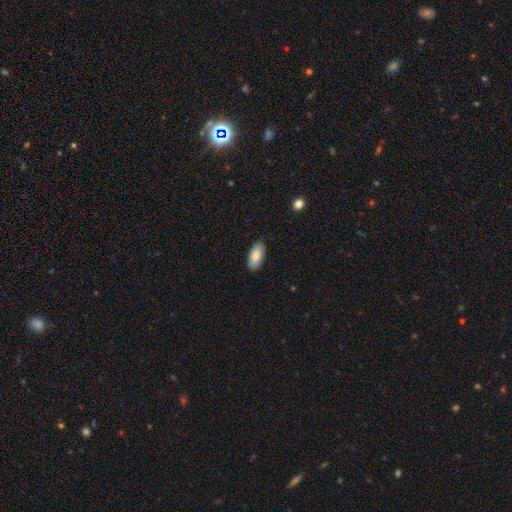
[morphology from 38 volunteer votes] A smooth galaxy with no disk features (84%) that is in between round and cigar-shaped (94%).

Vote fractions:
- Smooth or featured? smooth: 84% / featured or disk: 11% / star or artifact: 5%
- How rounded? in between: 94% / round: 3% / cigar-shaped: 3%
- Merging? none: 83% / minor disturbance: 17% / major disturbance: 0% / merger: 0%